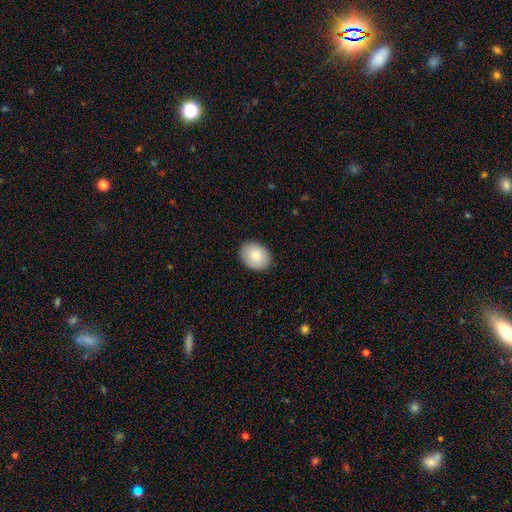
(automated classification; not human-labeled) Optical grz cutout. It shows a smooth galaxy with no disk features (84%) that is in between round and cigar-shaped (66%). Merging: none (88%).